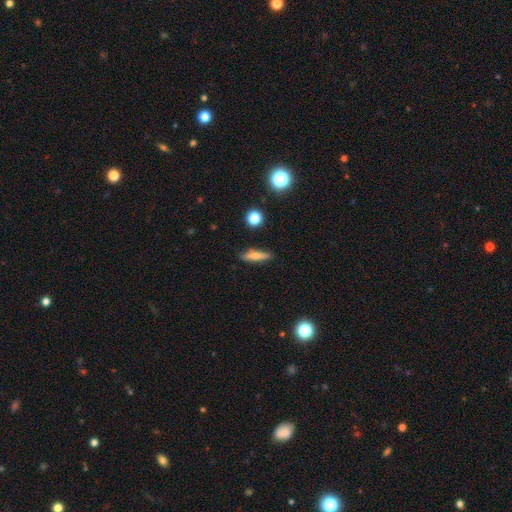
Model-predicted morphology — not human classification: smooth 64%, featured or disk 27%, star or artifact 9%. Down the decision tree: how rounded — cigar-shaped (76%); merging — none (86%).